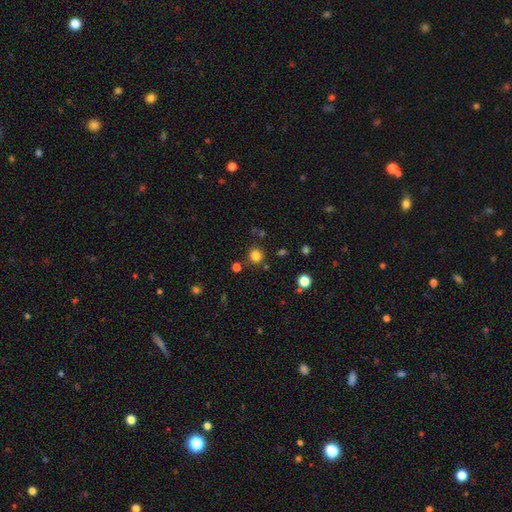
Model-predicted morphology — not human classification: smooth-or-featured: smooth: 81% | star or artifact: 14% | featured or disk: 5%
  how-rounded: round: 90% | in between: 9% | cigar-shaped: 1%
  merging: none: 83% | minor disturbance: 8% | merger: 6% | major disturbance: 3%